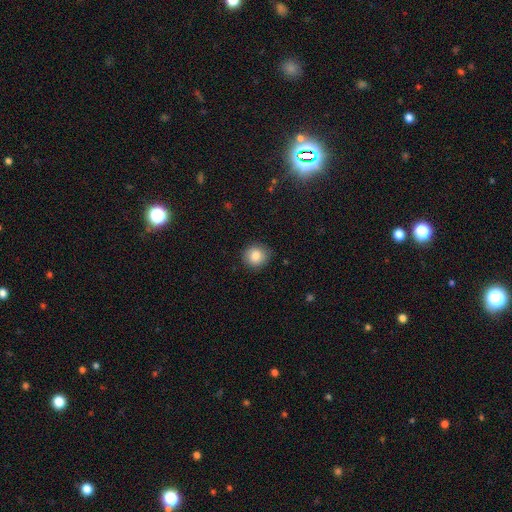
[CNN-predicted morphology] Smooth or featured? Predicted: smooth (p=0.84). How rounded? Predicted: round (p=0.85). Merging? Predicted: none (p=0.86).